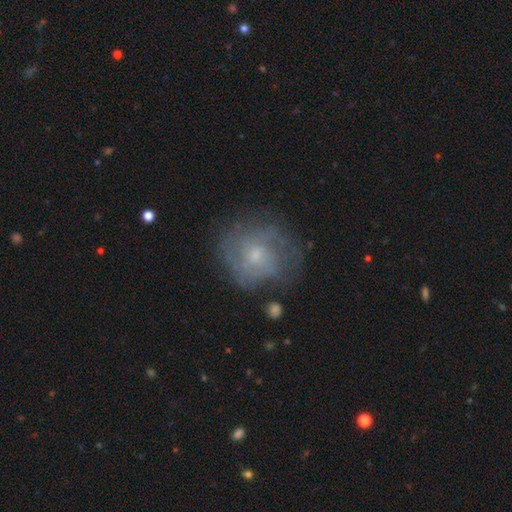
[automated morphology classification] smooth_or_featured: featured or disk (p=0.58) [alt: smooth p=0.32]
disk_edge_on: no (p=0.97) [alt: yes p=0.03]
bar: no (p=0.78) [alt: weak p=0.19]
has_spiral_arms: yes (p=0.63) [alt: no p=0.37]
bulge_size: small (p=0.62) [alt: moderate p=0.31]
merging: none (p=0.64) [alt: minor disturbance p=0.20]